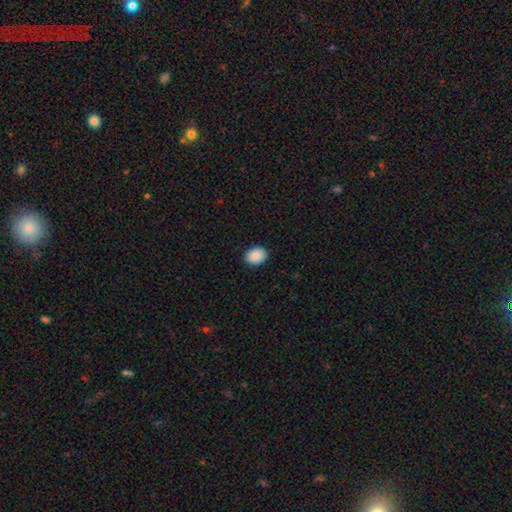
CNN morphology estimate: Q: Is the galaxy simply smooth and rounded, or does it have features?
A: smooth — 91%.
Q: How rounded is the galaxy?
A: in between — 56%.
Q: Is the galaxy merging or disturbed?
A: none — 90%.